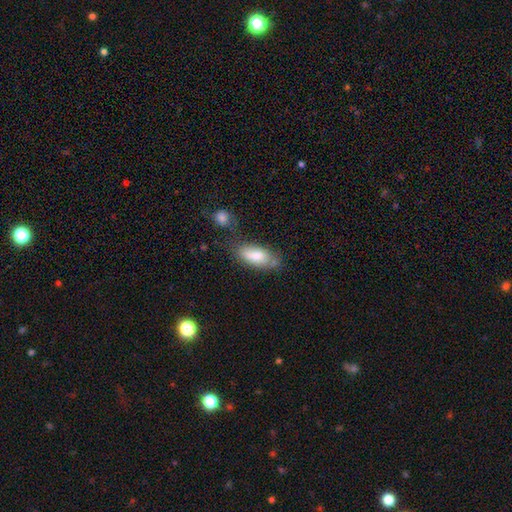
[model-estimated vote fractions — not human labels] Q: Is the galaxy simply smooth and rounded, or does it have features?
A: smooth — 81%.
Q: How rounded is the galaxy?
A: in between — 83%.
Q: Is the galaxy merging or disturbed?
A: none — 53%.